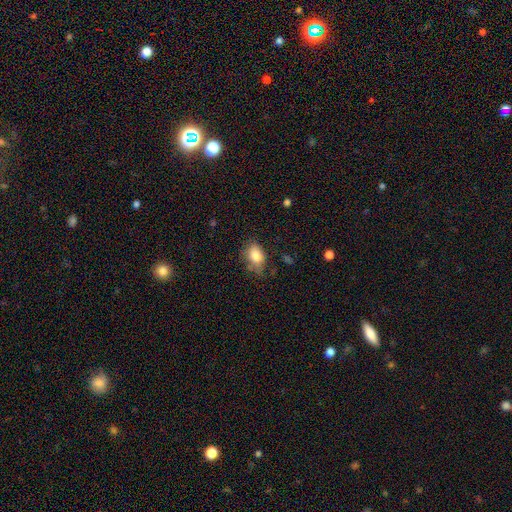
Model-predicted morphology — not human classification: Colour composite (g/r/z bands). It shows a smooth galaxy with no disk features (82%) that is in between round and cigar-shaped (80%). Merging: none (57%).